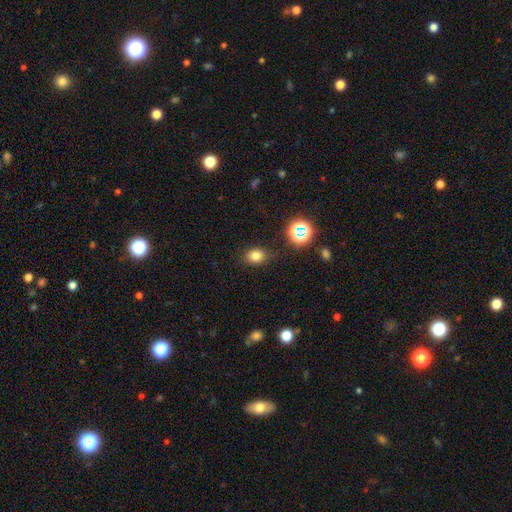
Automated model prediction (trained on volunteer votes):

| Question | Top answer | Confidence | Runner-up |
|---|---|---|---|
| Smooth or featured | smooth | 76% | star or artifact (16%) |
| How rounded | in between | 51% | round (48%) |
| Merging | none | 81% | minor disturbance (13%) |